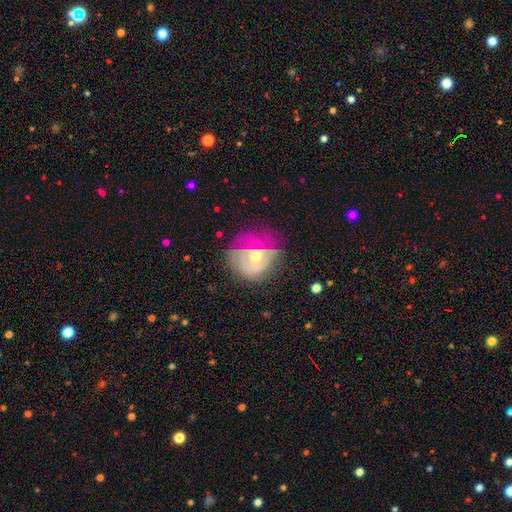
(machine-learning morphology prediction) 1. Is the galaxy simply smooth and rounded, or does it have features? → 55% featured or disk, 35% smooth, 10% star or artifact.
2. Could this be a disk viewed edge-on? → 97% no, 3% yes.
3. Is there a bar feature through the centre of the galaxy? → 71% no, 23% weak, 6% strong.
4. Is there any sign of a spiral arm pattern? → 52% yes, 48% no.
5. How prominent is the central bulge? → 62% moderate, 31% small, 4% large, 2% none, 1% dominant.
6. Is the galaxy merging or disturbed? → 46% none, 27% minor disturbance, 22% major disturbance, 4% merger.